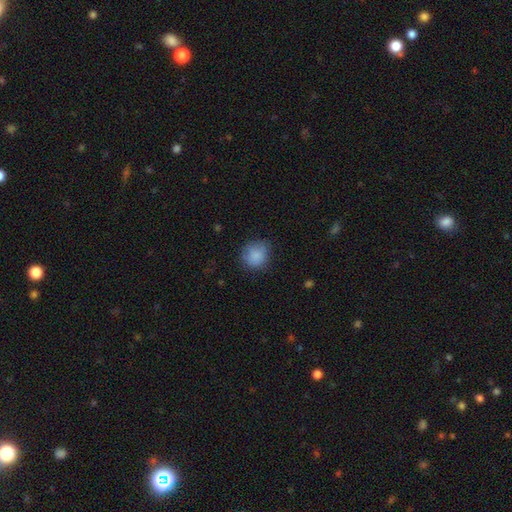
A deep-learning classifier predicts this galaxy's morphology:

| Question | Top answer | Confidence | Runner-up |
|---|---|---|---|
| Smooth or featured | smooth | 85% | star or artifact (9%) |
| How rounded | round | 81% | in between (18%) |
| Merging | none | 72% | minor disturbance (21%) |